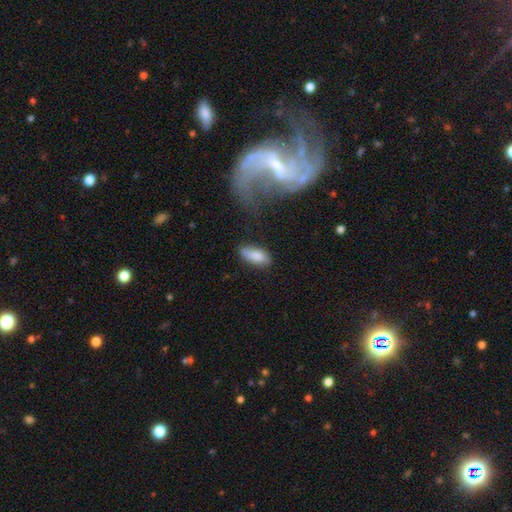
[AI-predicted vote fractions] A smooth galaxy with no disk features (83%) that is in between round and cigar-shaped (78%).

Vote fractions:
- Smooth or featured? smooth: 83% / featured or disk: 10% / star or artifact: 7%
- How rounded? in between: 78% / cigar-shaped: 19% / round: 2%
- Merging? none: 73% / minor disturbance: 19% / major disturbance: 4% / merger: 4%